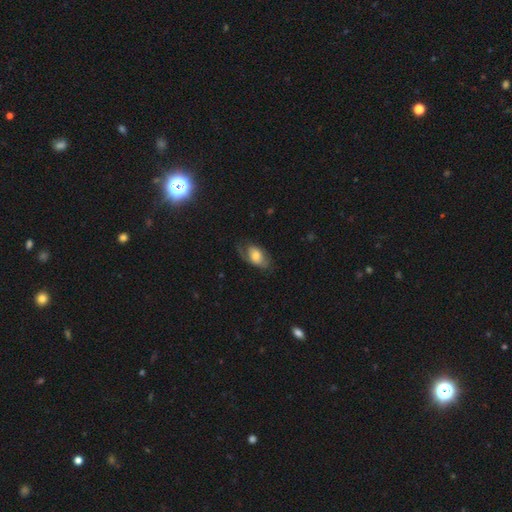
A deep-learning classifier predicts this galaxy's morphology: The model was most divided on "smooth or featured": smooth: 52%, featured or disk: 41%, star or artifact: 7%. More confident: how rounded — in between (89%); merging — none (52%).